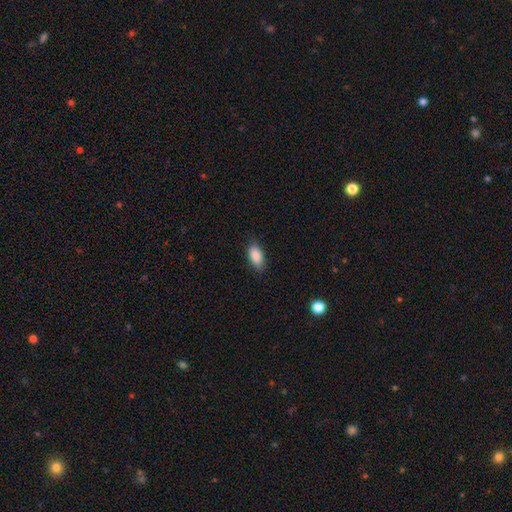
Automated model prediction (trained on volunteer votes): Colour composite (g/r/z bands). It shows a smooth galaxy with no disk features (88%) that is in between round and cigar-shaped (90%). Merging: none (84%).